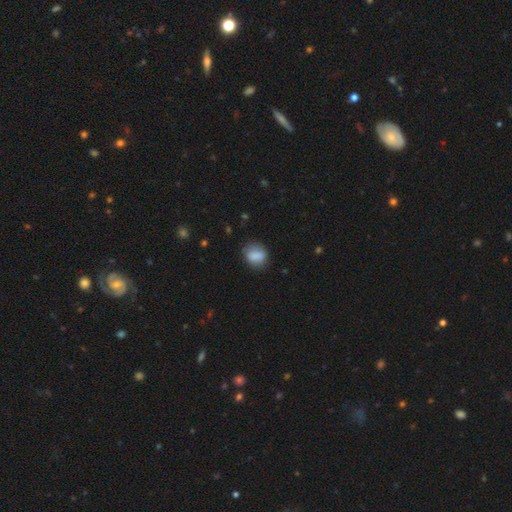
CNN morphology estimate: The model was most divided on "how rounded": in between: 51%, round: 47%, cigar-shaped: 2%. More confident: smooth or featured — smooth (82%); merging — none (70%).